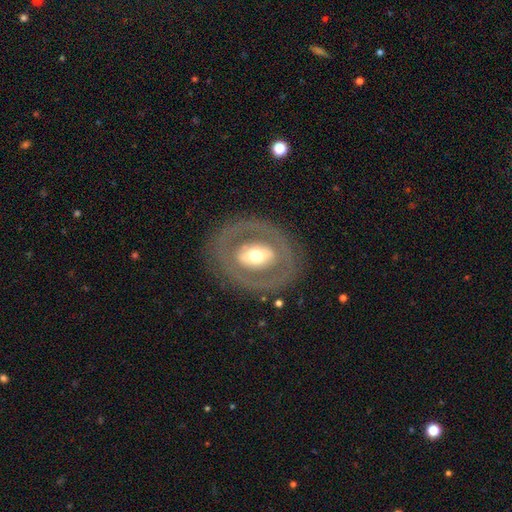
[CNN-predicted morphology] featured or disk 63%, smooth 31%, star or artifact 6%. Down the decision tree: edge-on disk — no (92%); bar — no (46%); spiral arms — no (85%); bulge size — moderate (63%); merging — none (80%).